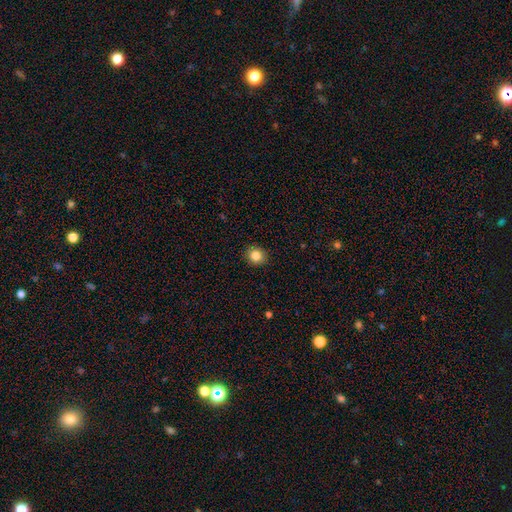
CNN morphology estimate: smooth 84%, star or artifact 10%, featured or disk 6%. Down the decision tree: how rounded — round (83%); merging — none (91%).